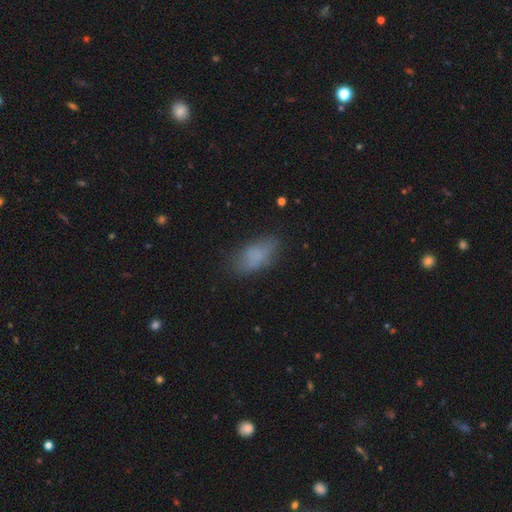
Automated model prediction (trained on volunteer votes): Smooth or featured? Predicted: smooth (p=0.75). How rounded? Predicted: in between (p=0.88). Merging? Predicted: none (p=0.68).